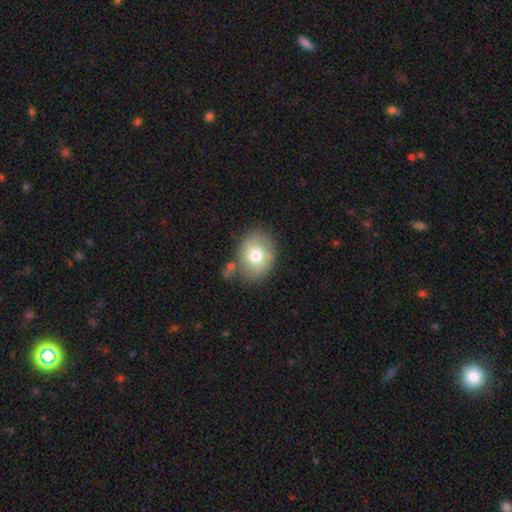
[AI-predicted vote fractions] Smooth or featured? smooth (74%)
How rounded? in between (53%)
Merging? none (74%)